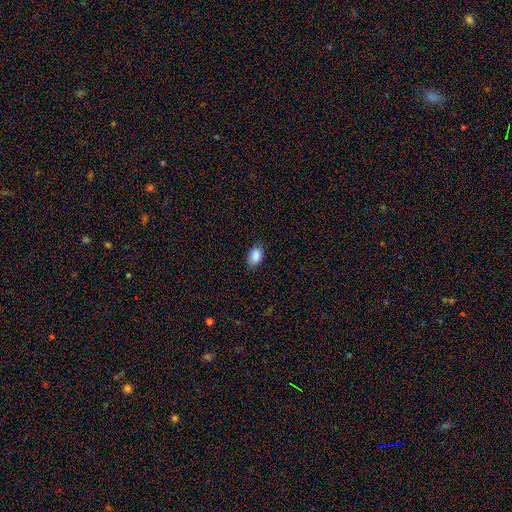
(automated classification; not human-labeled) Smooth or featured: smooth — 88% (star or artifact — 8%)
How rounded: in between — 87% (round — 12%)
Merging: none — 82% (minor disturbance — 14%)